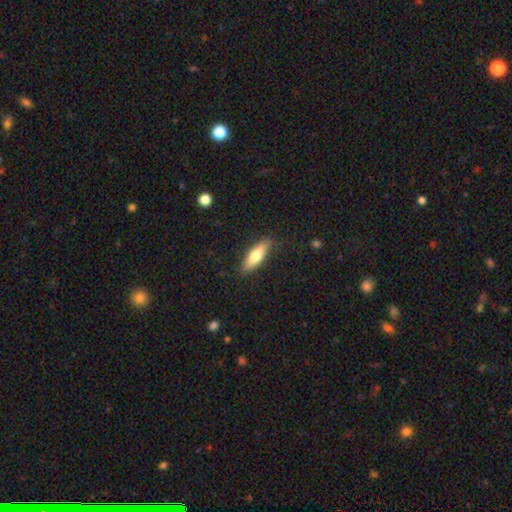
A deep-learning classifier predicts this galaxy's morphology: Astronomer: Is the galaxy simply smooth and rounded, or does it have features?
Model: smooth — 69%.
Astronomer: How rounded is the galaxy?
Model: cigar-shaped — 52% (runner-up: in between, 46%).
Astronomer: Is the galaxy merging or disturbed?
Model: none — 86%.